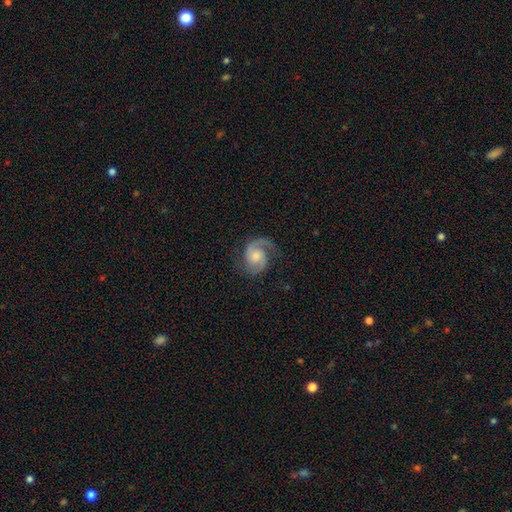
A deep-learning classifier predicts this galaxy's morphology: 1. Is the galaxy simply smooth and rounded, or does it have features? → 86% featured or disk, 9% smooth, 5% star or artifact.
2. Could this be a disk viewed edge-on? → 98% no, 2% yes.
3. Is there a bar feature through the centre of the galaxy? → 67% no, 29% weak, 4% strong.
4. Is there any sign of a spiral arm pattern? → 97% yes, 3% no.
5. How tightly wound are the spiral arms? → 51% medium, 26% tight, 22% loose.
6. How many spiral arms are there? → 79% 2, 15% 1, 3% can't tell, 2% 3, 1% 4, 1% more than 4.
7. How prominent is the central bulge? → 49% moderate, 33% small, 9% large, 8% none, 2% dominant.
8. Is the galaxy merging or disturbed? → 70% none, 18% minor disturbance, 11% major disturbance, 1% merger.